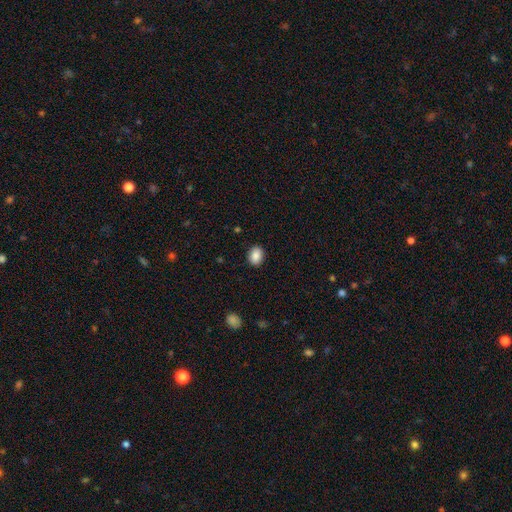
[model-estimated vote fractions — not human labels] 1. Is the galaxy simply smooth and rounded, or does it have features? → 88% smooth, 8% star or artifact, 4% featured or disk.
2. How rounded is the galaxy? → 63% in between, 36% round, 1% cigar-shaped.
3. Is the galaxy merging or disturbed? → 90% none, 7% minor disturbance, 2% major disturbance, 1% merger.